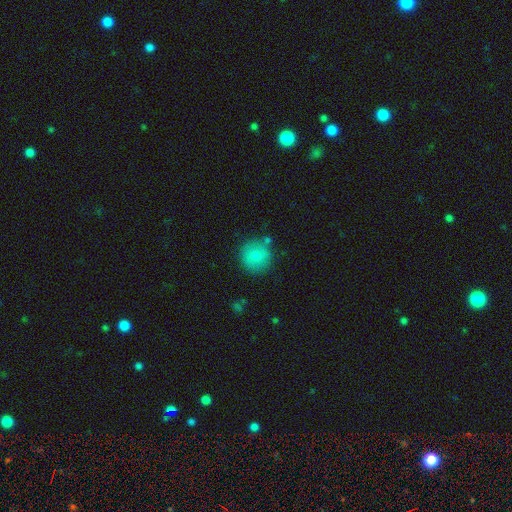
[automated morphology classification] smooth 78%, featured or disk 12%, star or artifact 9%. Down the decision tree: how rounded — round (94%); merging — none (82%).